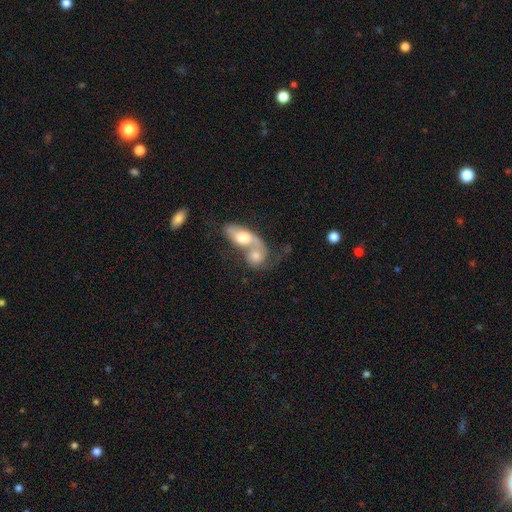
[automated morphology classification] A smooth galaxy with no disk features (53%) that is in between round and cigar-shaped (58%). Merging: merger (78%).